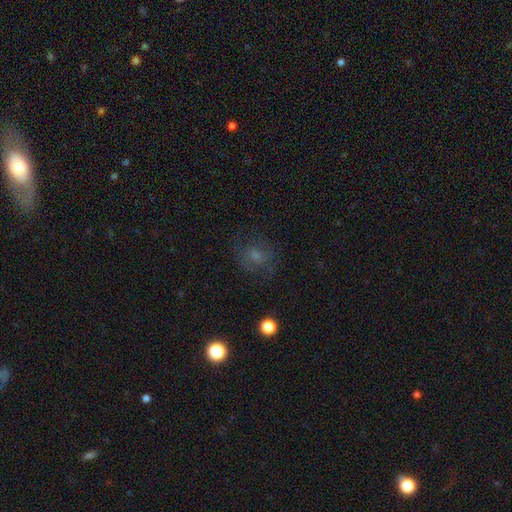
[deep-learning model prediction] The model was most divided on "smooth or featured": smooth: 56%, featured or disk: 23%, star or artifact: 21%. More confident: merging — none (69%); how rounded — round (69%).